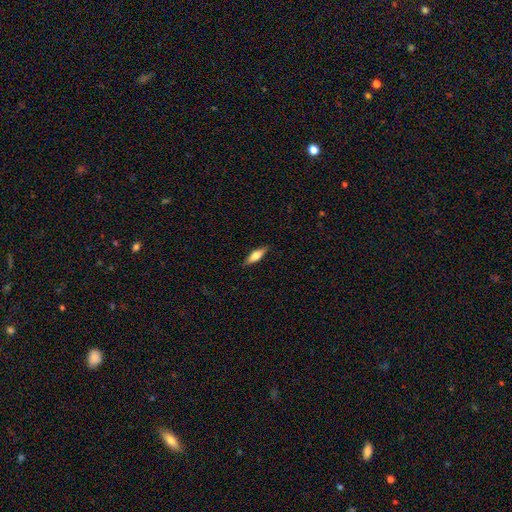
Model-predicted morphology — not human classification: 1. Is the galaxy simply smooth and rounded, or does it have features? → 65% smooth, 28% featured or disk, 6% star or artifact.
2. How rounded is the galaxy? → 56% in between, 41% cigar-shaped, 2% round.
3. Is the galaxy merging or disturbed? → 86% none, 11% minor disturbance, 2% major disturbance, 1% merger.